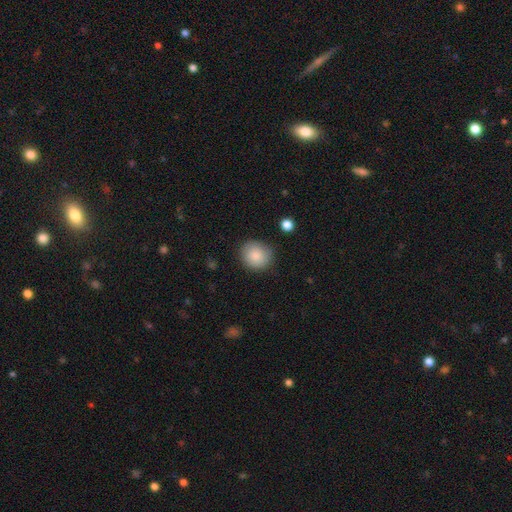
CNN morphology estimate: This appears to be a smooth galaxy with no disk features (87%) that is round (85%). Merging: none (83%).